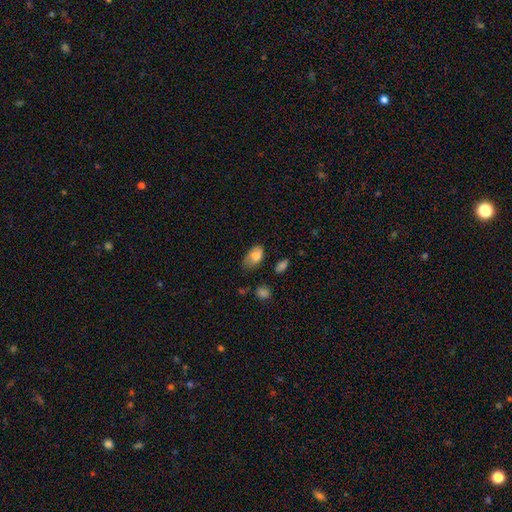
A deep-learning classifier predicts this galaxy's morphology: The model was most divided on "merging": none: 50%, minor disturbance: 35%, major disturbance: 12%, merger: 4%. More confident: how rounded — in between (91%); smooth or featured — smooth (75%).